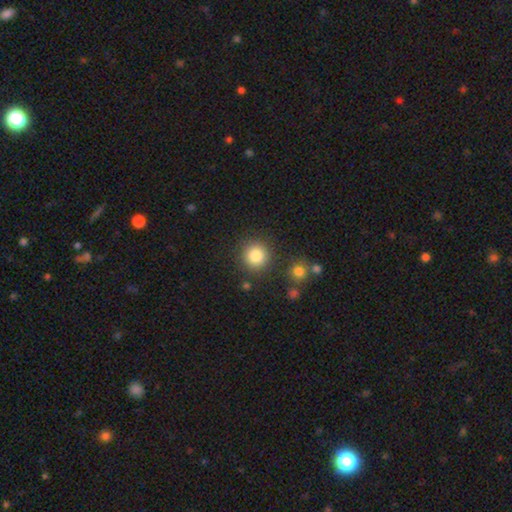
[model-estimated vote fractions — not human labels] A smooth galaxy with no disk features (84%) that is round (93%). Merging: none (86%).